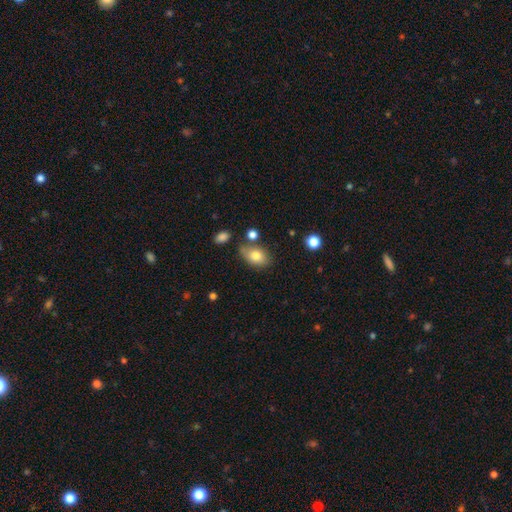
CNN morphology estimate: Q: Smooth or featured?
A: smooth (79%); runner-up: featured or disk (13%)
Q: How rounded?
A: in between (82%); runner-up: round (16%)
Q: Merging?
A: none (65%); runner-up: minor disturbance (20%)